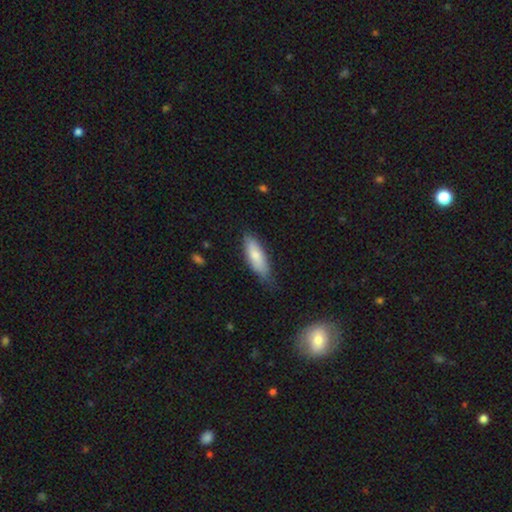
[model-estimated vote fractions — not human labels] smooth-or-featured: smooth: 76% | featured or disk: 18% | star or artifact: 6%
  how-rounded: in between: 62% | cigar-shaped: 36% | round: 2%
  merging: none: 70% | minor disturbance: 24% | major disturbance: 5% | merger: 2%